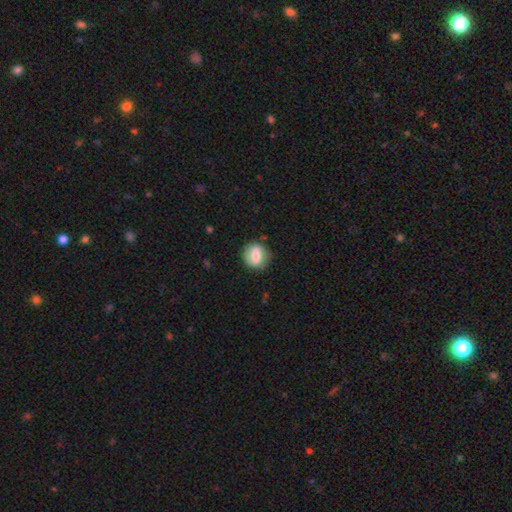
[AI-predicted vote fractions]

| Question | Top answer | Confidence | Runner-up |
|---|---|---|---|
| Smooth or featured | smooth | 53% | featured or disk (40%) |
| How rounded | round | 71% | in between (26%) |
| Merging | none | 81% | minor disturbance (13%) |